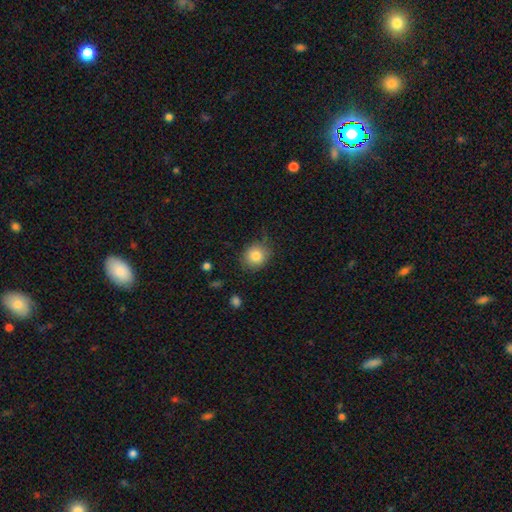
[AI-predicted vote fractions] Smooth or featured? Predicted: smooth (p=0.82). How rounded? Predicted: round (p=0.75). Merging? Predicted: none (p=0.79).